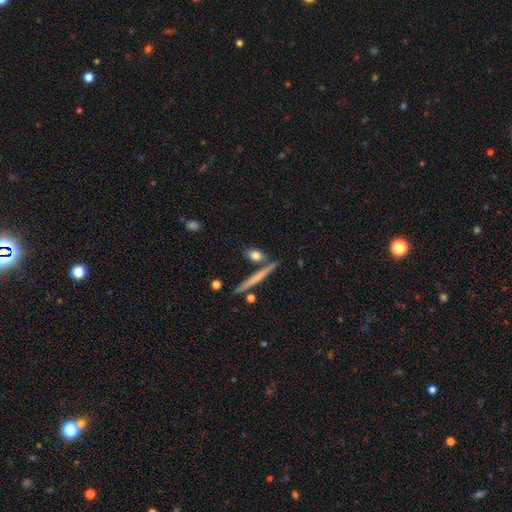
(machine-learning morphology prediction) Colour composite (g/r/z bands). It shows a smooth galaxy with no disk features (75%) that is cigar-shaped (43%). Merging: none (72%).